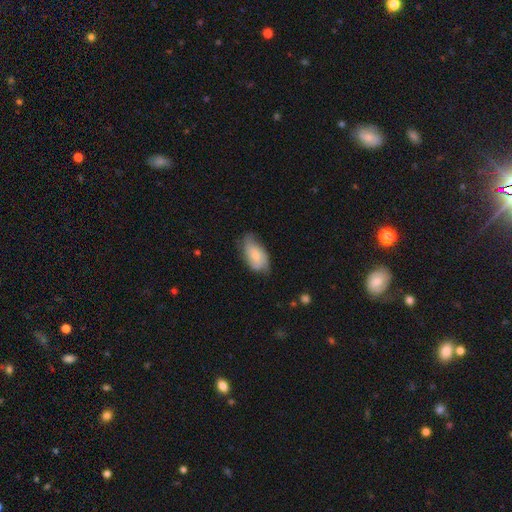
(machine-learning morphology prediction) Smooth or featured?
  - smooth: 53% *
  - featured or disk: 40%
  - star or artifact: 6%
How rounded?
  - in between: 92% *
  - round: 5%
  - cigar-shaped: 4%
Merging?
  - none: 54% *
  - minor disturbance: 35%
  - major disturbance: 9%
  - merger: 2%